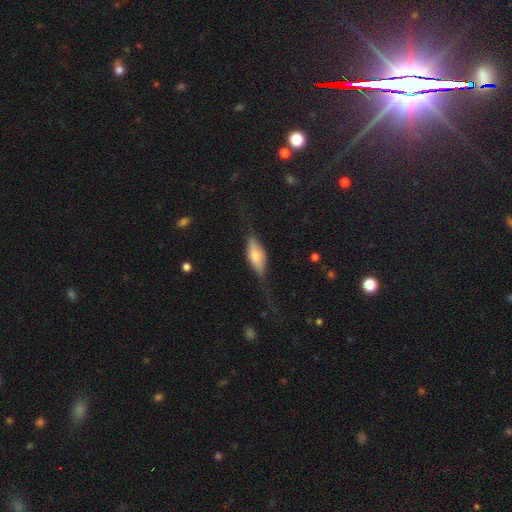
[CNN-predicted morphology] This appears to be a featured or disk galaxy (48%). Merging: none (57%).